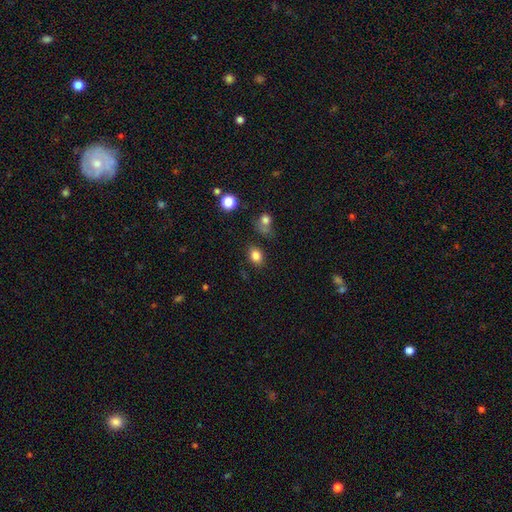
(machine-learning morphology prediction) A smooth galaxy with no disk features (83%) that is in between round and cigar-shaped (60%). Merging: none (77%).